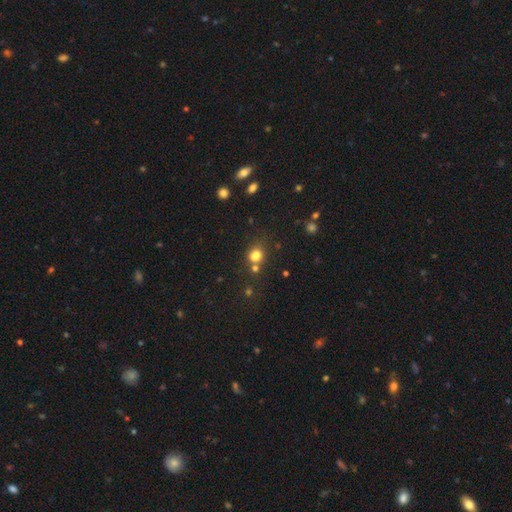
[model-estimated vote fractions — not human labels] Overall: smooth (75%). How rounded: round (71%). Merging: none (53%; merger 31%).